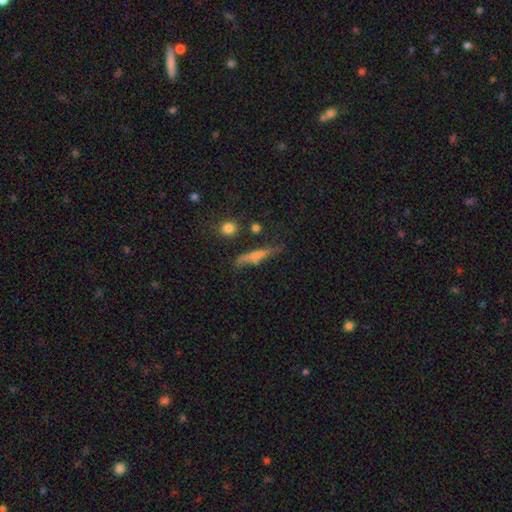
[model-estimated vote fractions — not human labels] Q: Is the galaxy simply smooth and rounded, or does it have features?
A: smooth — 59%.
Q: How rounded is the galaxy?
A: cigar-shaped — 85%.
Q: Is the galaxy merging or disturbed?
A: none — 62%.